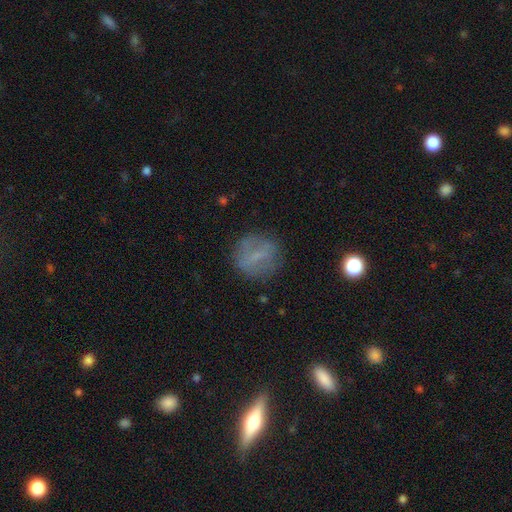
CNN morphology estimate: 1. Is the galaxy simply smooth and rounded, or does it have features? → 52% smooth, 36% featured or disk, 12% star or artifact.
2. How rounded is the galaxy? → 79% round, 19% in between, 2% cigar-shaped.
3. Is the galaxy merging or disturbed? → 79% none, 13% minor disturbance, 6% major disturbance, 2% merger.